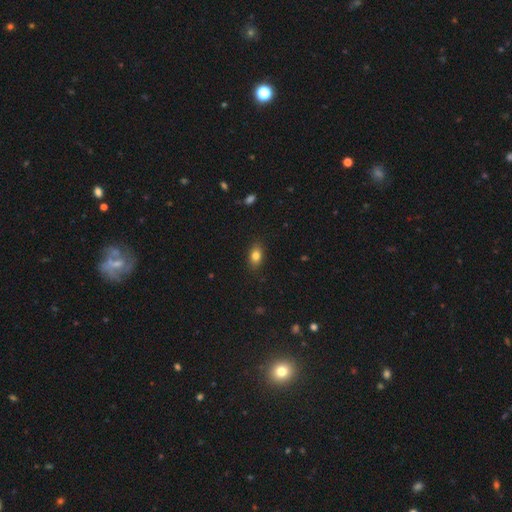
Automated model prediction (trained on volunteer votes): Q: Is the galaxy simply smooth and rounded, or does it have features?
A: smooth — 82%.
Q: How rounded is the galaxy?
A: in between — 82%.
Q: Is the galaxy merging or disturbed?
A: none — 86%.